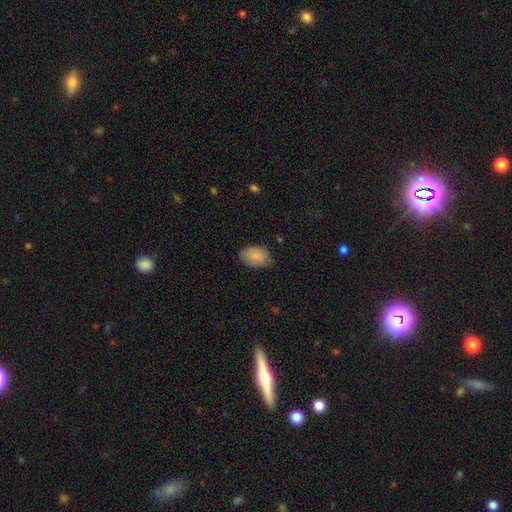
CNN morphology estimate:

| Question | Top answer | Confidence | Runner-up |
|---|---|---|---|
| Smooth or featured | smooth | 86% | featured or disk (7%) |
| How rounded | in between | 89% | round (10%) |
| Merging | none | 71% | minor disturbance (24%) |